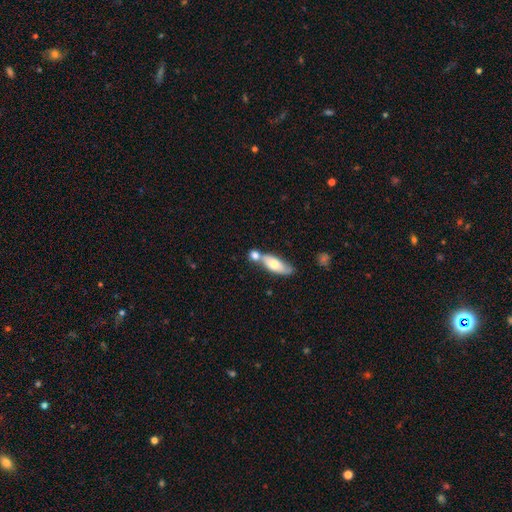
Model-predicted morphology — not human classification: A smooth galaxy with no disk features (70%) that is in between round and cigar-shaped (51%). Merging: merger (43%).